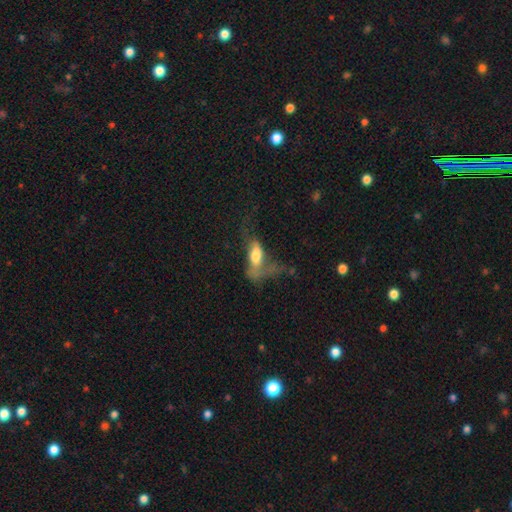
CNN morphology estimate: Smooth or featured? smooth (57%)
How rounded? in between (72%)
Merging? major disturbance (55%)